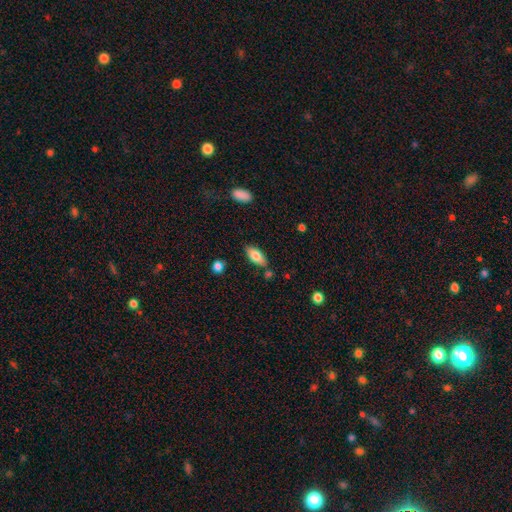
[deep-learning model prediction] smooth_or_featured: smooth (p=0.77) [alt: featured or disk p=0.16]
how_rounded: in between (p=0.86) [alt: cigar-shaped p=0.11]
merging: none (p=0.77) [alt: minor disturbance p=0.14]